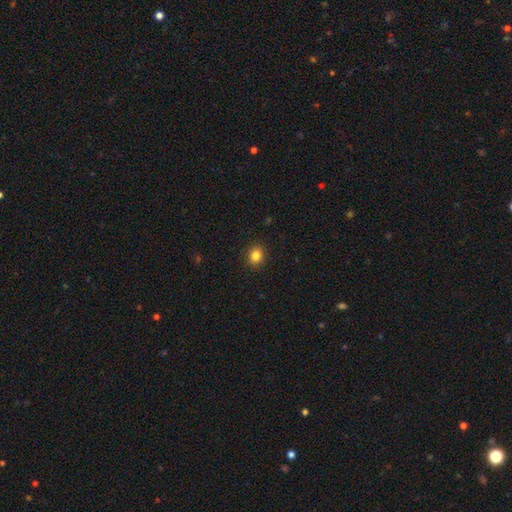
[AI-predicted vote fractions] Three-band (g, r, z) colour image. It shows a smooth galaxy with no disk features (84%) that is round (67%). Merging: none (91%).